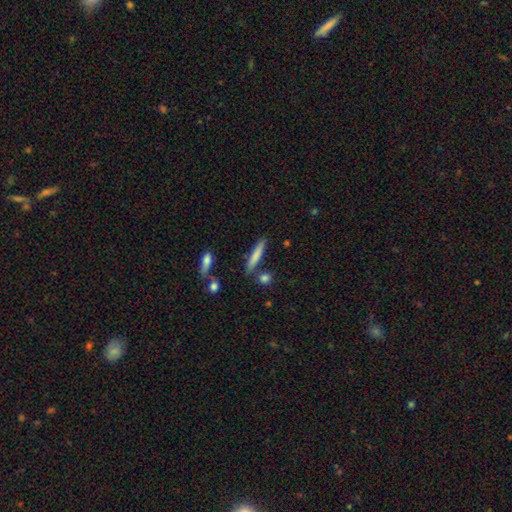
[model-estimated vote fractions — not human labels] Smooth or featured? smooth (75%)
How rounded? cigar-shaped (88%)
Merging? none (79%)